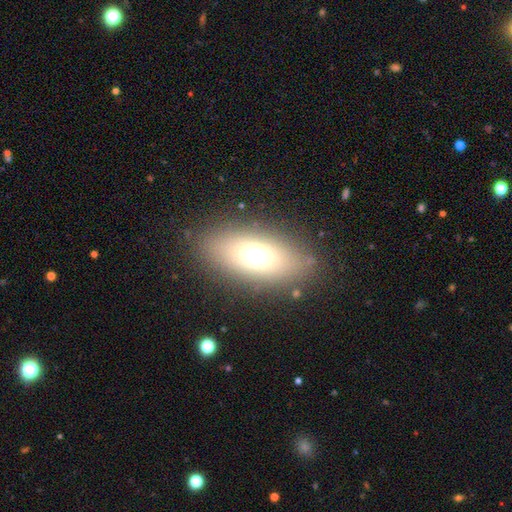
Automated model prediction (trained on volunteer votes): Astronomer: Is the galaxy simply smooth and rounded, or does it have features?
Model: smooth — 67%.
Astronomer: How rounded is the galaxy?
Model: in between — 82%.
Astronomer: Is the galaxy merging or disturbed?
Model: none — 84%.